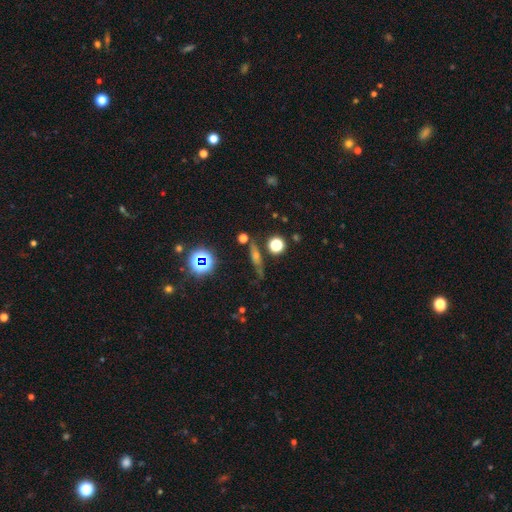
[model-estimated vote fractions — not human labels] Smooth or featured: featured or disk — 36% (star or artifact — 33%)
Merging: none — 73% (minor disturbance — 15%)